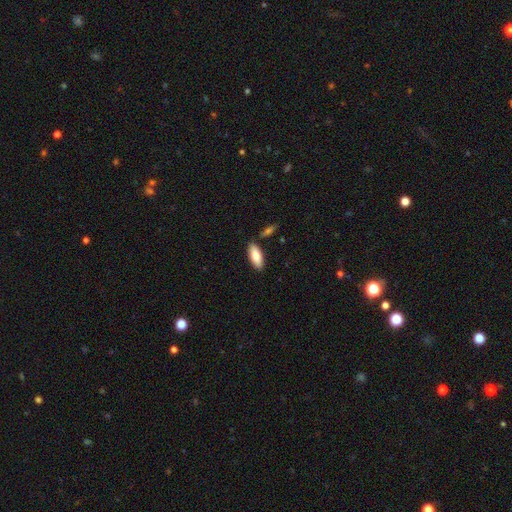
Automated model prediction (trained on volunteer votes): Morphology: type=smooth (81%); roundness=in between (81%); merging=none (84%).